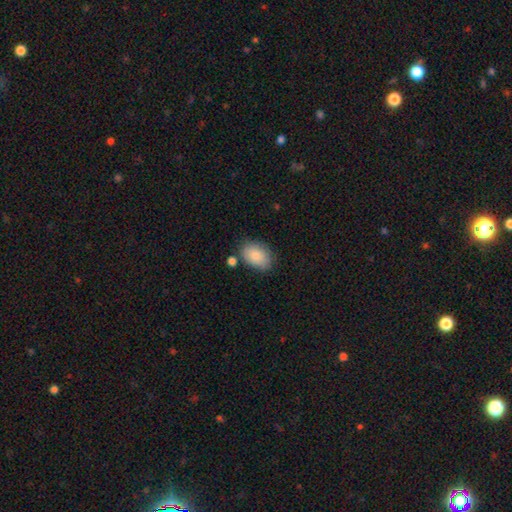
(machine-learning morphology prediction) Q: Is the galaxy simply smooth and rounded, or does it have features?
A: smooth — 85%.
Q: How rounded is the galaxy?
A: in between — 87%.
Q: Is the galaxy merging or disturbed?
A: none — 74%.